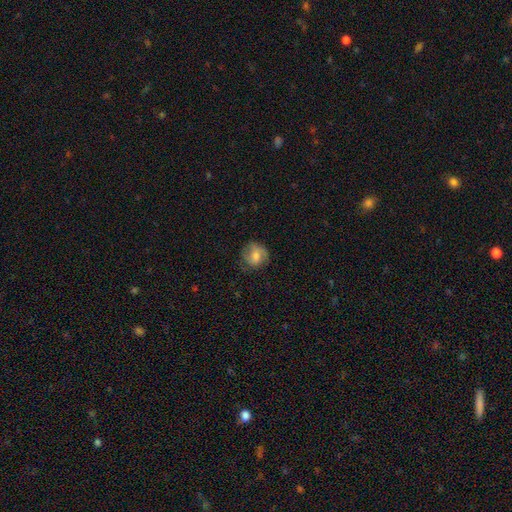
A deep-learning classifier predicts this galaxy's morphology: Smooth or featured?
  - smooth: 60% *
  - featured or disk: 31%
  - star or artifact: 9%
How rounded?
  - round: 77% *
  - in between: 21%
  - cigar-shaped: 1%
Merging?
  - none: 70% *
  - minor disturbance: 21%
  - major disturbance: 8%
  - merger: 1%